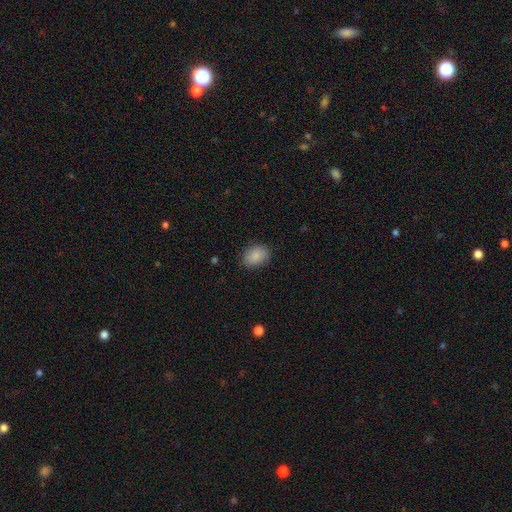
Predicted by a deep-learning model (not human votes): A smooth galaxy with no disk features (88%) that is in between round and cigar-shaped (67%). Merging: none (82%).